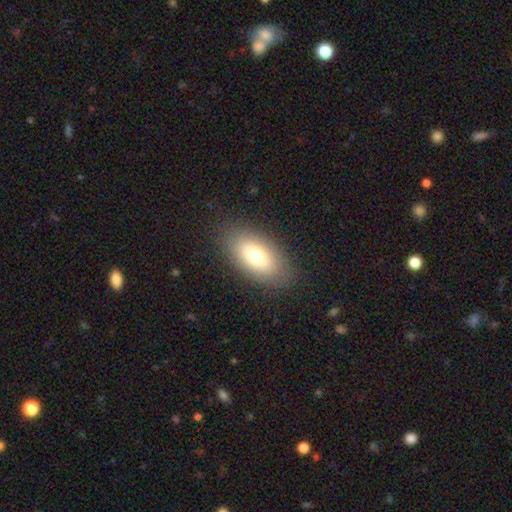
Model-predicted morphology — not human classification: Q: Smooth or featured?
A: smooth (76%); runner-up: featured or disk (16%)
Q: How rounded?
A: in between (91%); runner-up: round (4%)
Q: Merging?
A: none (86%); runner-up: minor disturbance (10%)